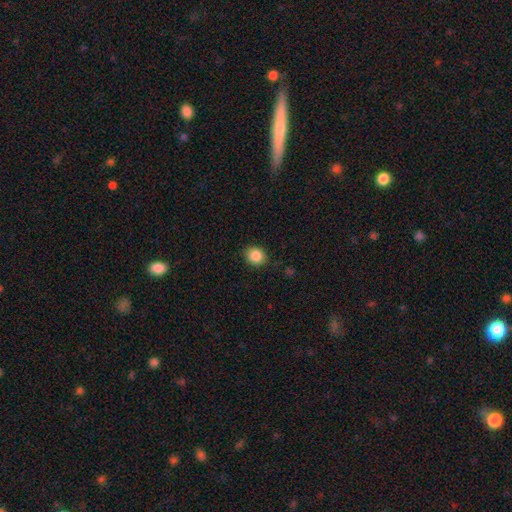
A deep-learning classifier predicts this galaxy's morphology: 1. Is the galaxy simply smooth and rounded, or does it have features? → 87% smooth, 9% star or artifact, 4% featured or disk.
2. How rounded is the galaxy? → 72% round, 27% in between, 1% cigar-shaped.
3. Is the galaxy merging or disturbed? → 87% none, 9% minor disturbance, 3% major disturbance, 1% merger.